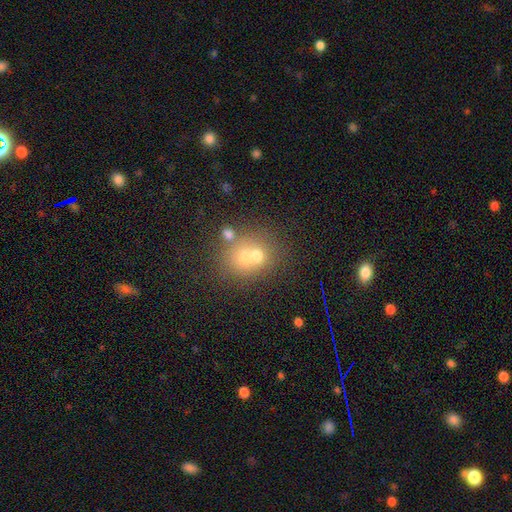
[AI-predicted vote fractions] Smooth or featured?
  - smooth: 56% *
  - featured or disk: 22%
  - star or artifact: 22%
How rounded?
  - round: 71% *
  - in between: 28%
  - cigar-shaped: 1%
Merging?
  - merger: 48% *
  - none: 40%
  - minor disturbance: 7%
  - major disturbance: 4%